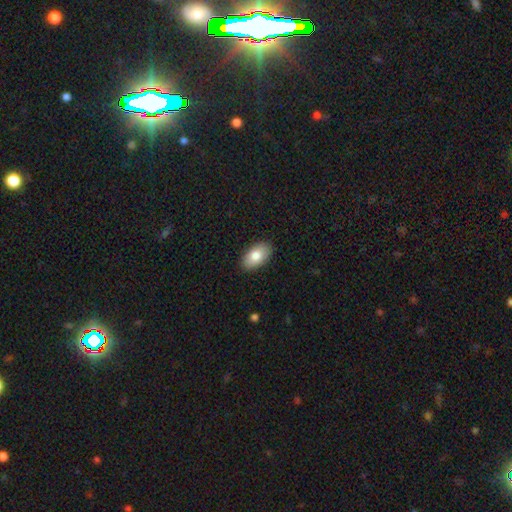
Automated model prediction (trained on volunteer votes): The model was most divided on "smooth or featured": smooth: 82%, featured or disk: 12%, star or artifact: 6%. More confident: how rounded — in between (94%); merging — none (88%).